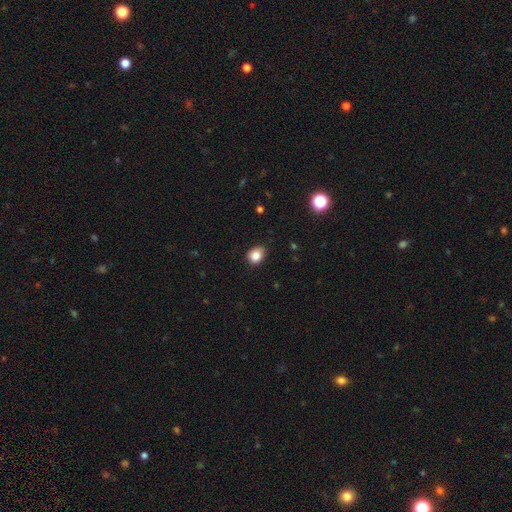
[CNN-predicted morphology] smooth_or_featured: smooth (p=0.84) [alt: star or artifact p=0.10]
how_rounded: round (p=0.58) [alt: in between p=0.41]
merging: none (p=0.78) [alt: minor disturbance p=0.18]